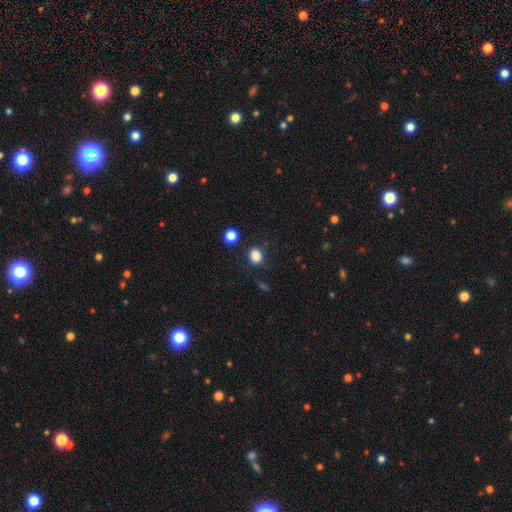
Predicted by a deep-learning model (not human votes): This is clearly a smooth galaxy (85%). How rounded: possibly in between (51%). Merging: clearly none (81%).